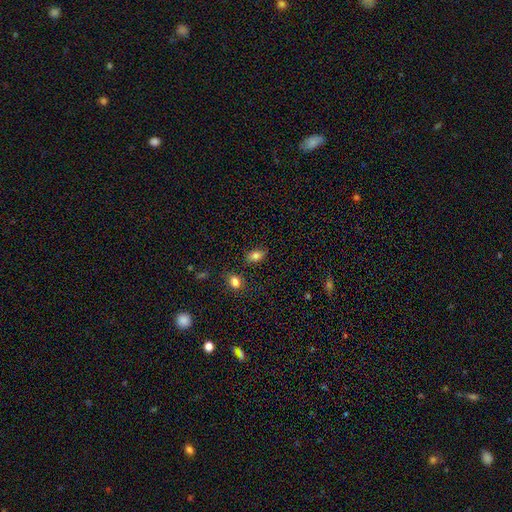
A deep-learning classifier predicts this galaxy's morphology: Smooth or featured? smooth (80%)
How rounded? in between (86%)
Merging? none (81%)